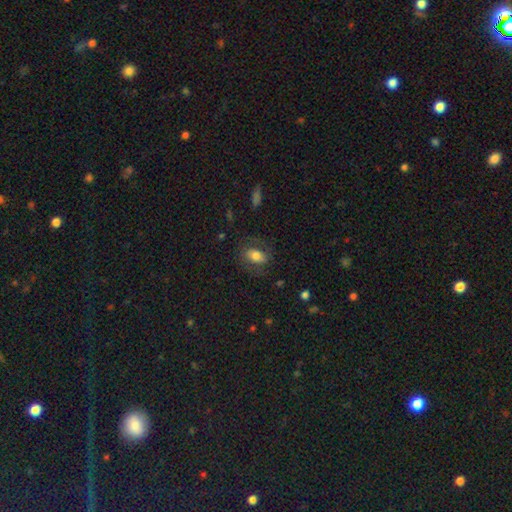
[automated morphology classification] smooth-or-featured: smooth: 65% | featured or disk: 27% | star or artifact: 9%
  how-rounded: in between: 84% | round: 13% | cigar-shaped: 2%
  merging: none: 68% | minor disturbance: 17% | major disturbance: 14% | merger: 1%